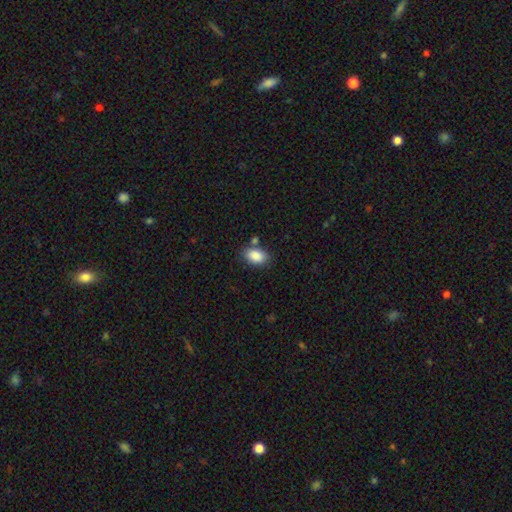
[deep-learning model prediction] Smooth or featured? smooth (88%)
How rounded? in between (89%)
Merging? none (74%)